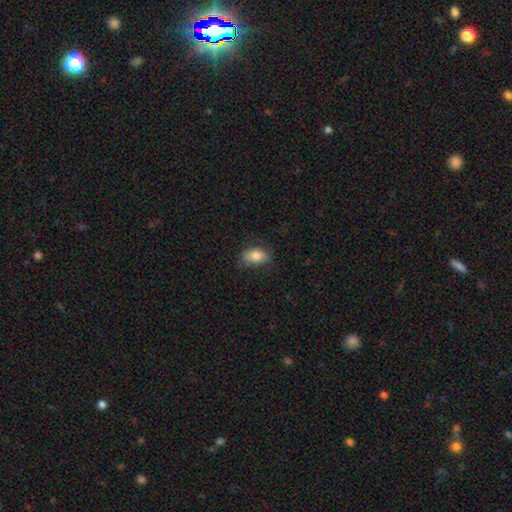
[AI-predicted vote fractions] Overall: smooth (79%). How rounded: in between (87%). Merging: none (71%).